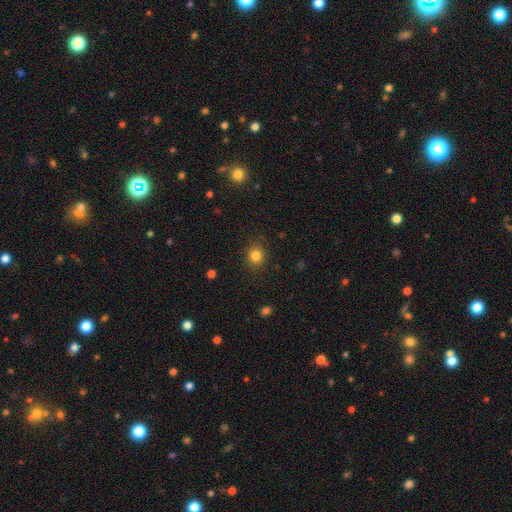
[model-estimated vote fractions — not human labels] This appears to be a smooth galaxy with no disk features (82%) that is round (79%). Merging: none (87%).